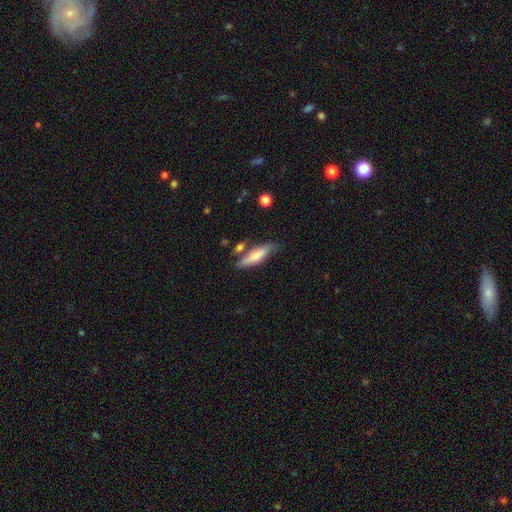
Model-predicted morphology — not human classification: Smooth or featured? smooth (65%)
How rounded? cigar-shaped (63%)
Merging? none (68%)